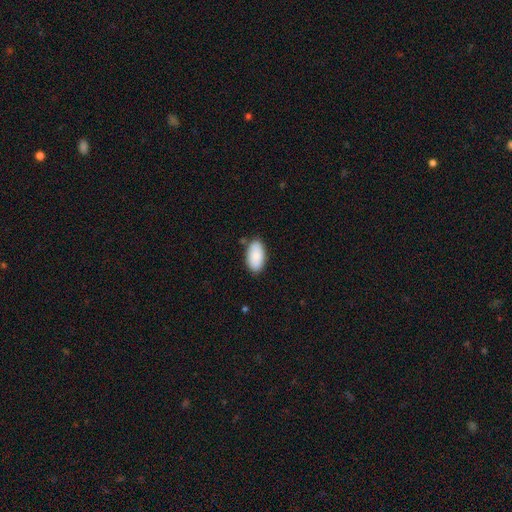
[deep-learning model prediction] This appears to be a smooth galaxy with no disk features (88%) that is in between round and cigar-shaped (95%). Merging: none (81%).